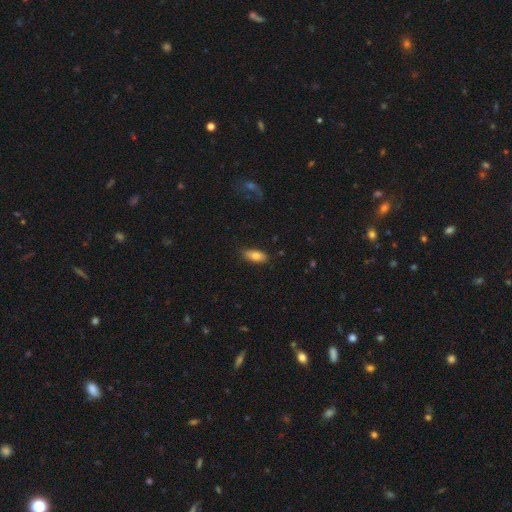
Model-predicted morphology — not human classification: Overall: smooth (80%). How rounded: in between (85%). Merging: none (83%).